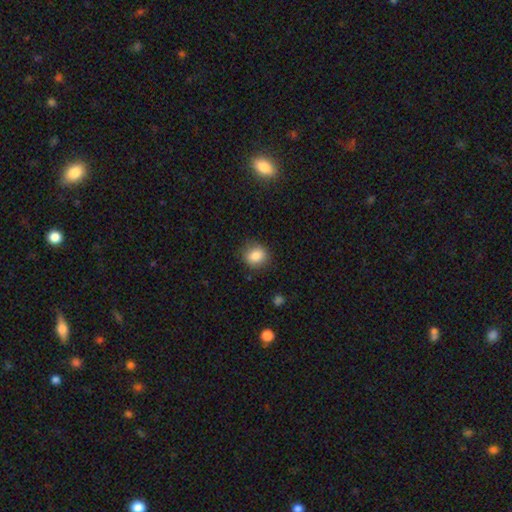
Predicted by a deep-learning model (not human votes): smooth-or-featured: smooth: 83% | star or artifact: 10% | featured or disk: 7%
  how-rounded: round: 77% | in between: 22% | cigar-shaped: 1%
  merging: none: 84% | minor disturbance: 12% | major disturbance: 3% | merger: 1%